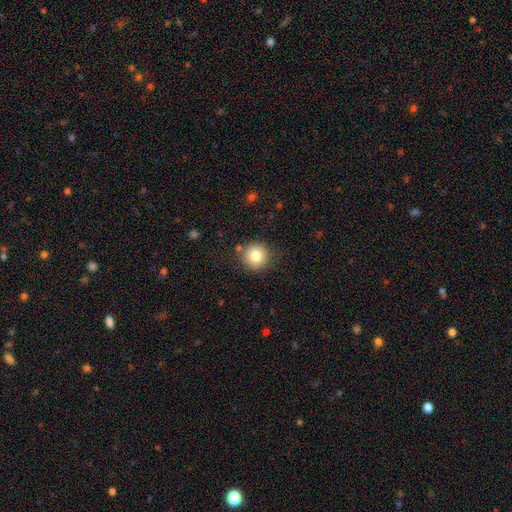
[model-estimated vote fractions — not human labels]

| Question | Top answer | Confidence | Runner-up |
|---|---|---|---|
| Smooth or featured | smooth | 80% | star or artifact (11%) |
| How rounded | round | 94% | in between (5%) |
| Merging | none | 85% | minor disturbance (9%) |